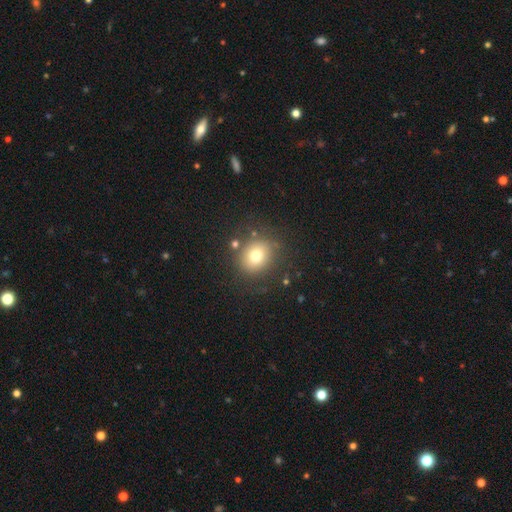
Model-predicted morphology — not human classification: smooth_or_featured: smooth (p=0.74) [alt: star or artifact p=0.14]
how_rounded: round (p=0.77) [alt: in between p=0.22]
merging: none (p=0.81) [alt: minor disturbance p=0.10]